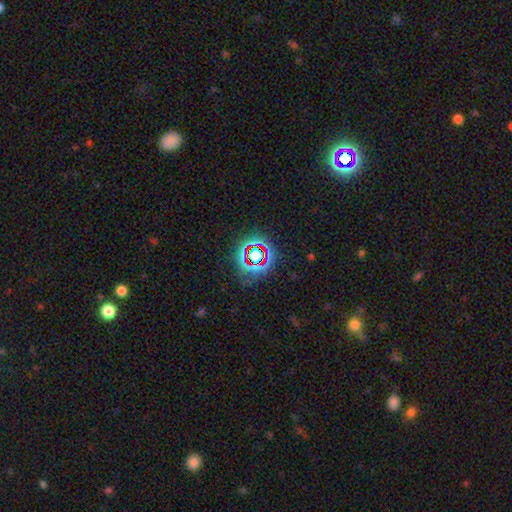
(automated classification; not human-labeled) This is likely a star or artifact rather than a galaxy (69%).